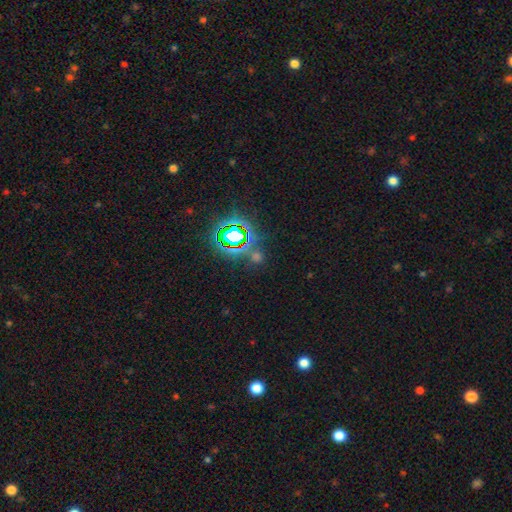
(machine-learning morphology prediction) Smooth or featured: star or artifact — 64% (smooth — 28%)